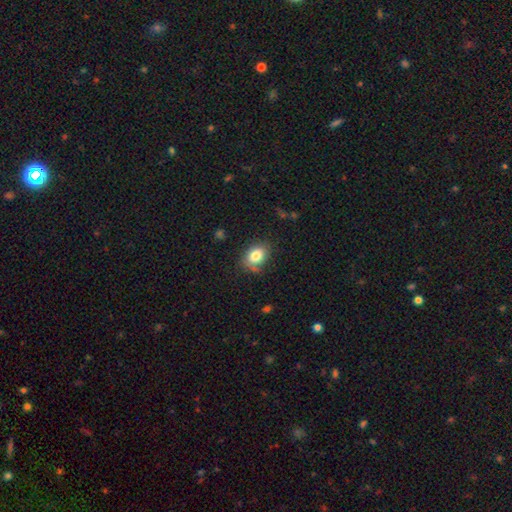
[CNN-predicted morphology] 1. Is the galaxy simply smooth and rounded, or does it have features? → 80% smooth, 11% featured or disk, 9% star or artifact.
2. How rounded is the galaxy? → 72% in between, 27% round, 1% cigar-shaped.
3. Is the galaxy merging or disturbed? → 71% none, 21% minor disturbance, 6% major disturbance, 3% merger.